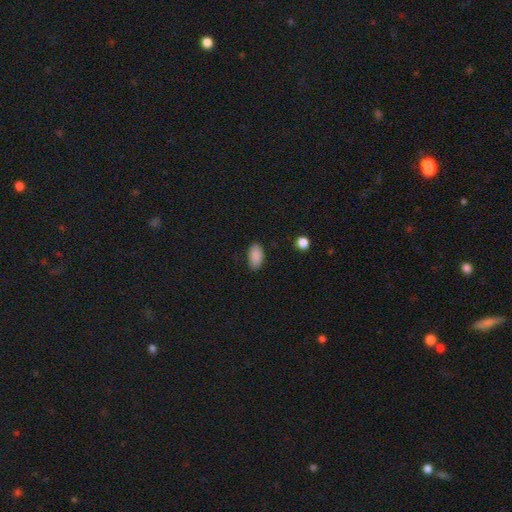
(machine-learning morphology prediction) type=smooth (88%); roundness=in between (93%); merging=none (80%).